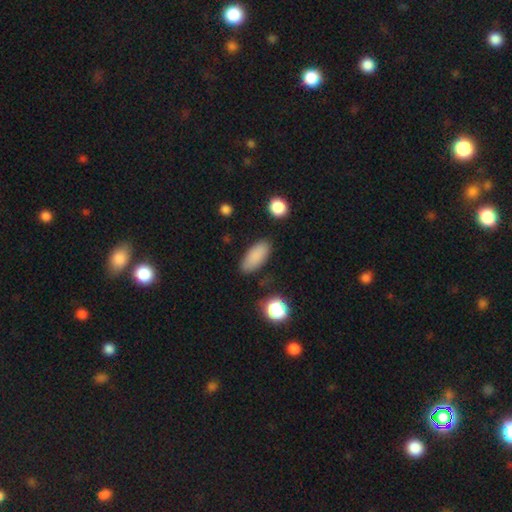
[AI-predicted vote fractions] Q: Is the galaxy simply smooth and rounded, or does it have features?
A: smooth — 87%.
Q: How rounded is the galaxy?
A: in between — 84%.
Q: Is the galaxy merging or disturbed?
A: none — 82%.